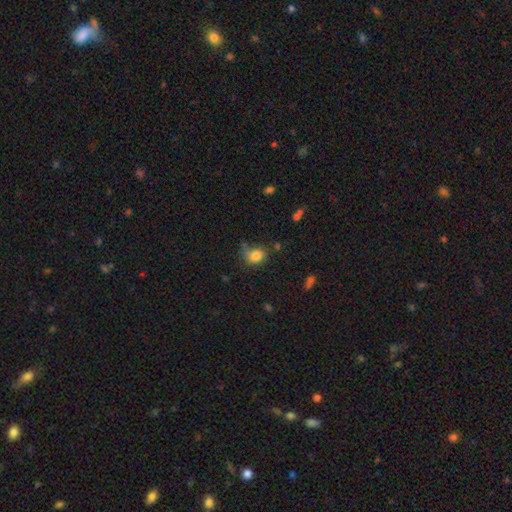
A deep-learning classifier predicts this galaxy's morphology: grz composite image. It shows a smooth galaxy with no disk features (82%) that is round (55%). Merging: none (57%).